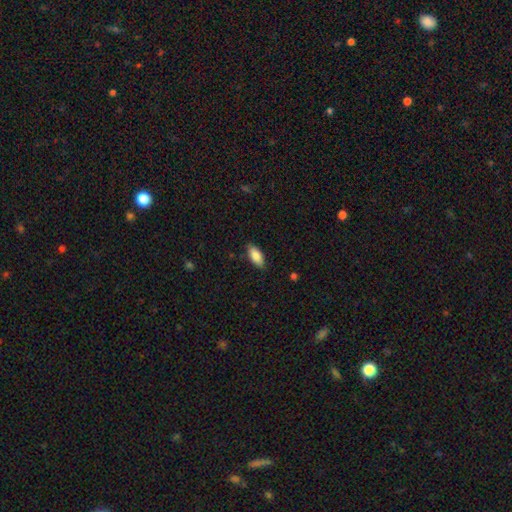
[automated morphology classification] Smooth or featured? smooth (85%)
How rounded? in between (89%)
Merging? none (85%)